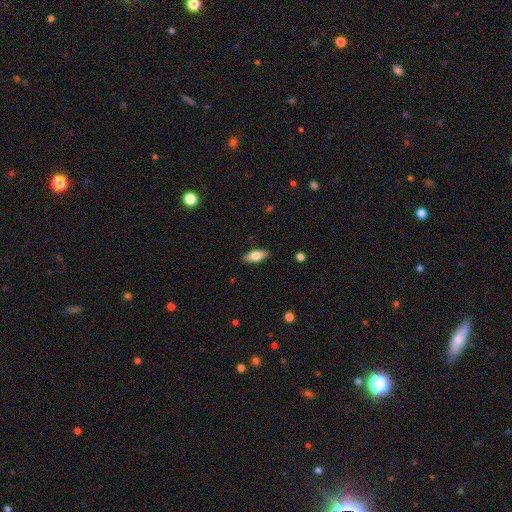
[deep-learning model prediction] Overall: smooth (68%). How rounded: in between (75%). Merging: none (87%).